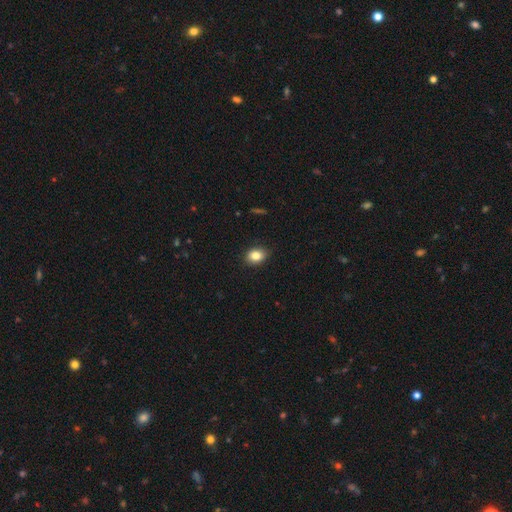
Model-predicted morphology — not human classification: Overall: smooth (84%). How rounded: in between (67%; round 31%). Merging: none (85%).